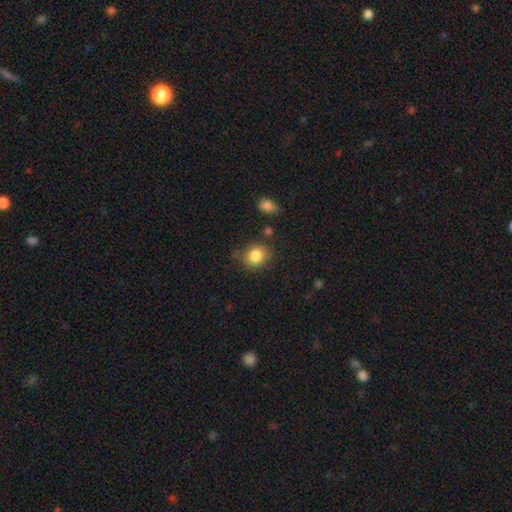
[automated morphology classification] This appears to be a smooth galaxy with no disk features (85%) that is round (61%). Merging: none (78%).